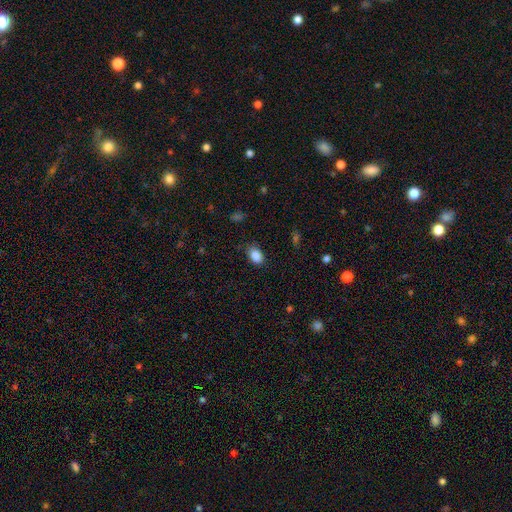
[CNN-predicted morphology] A smooth galaxy with no disk features (87%) that is in between round and cigar-shaped (81%). Merging: none (81%).